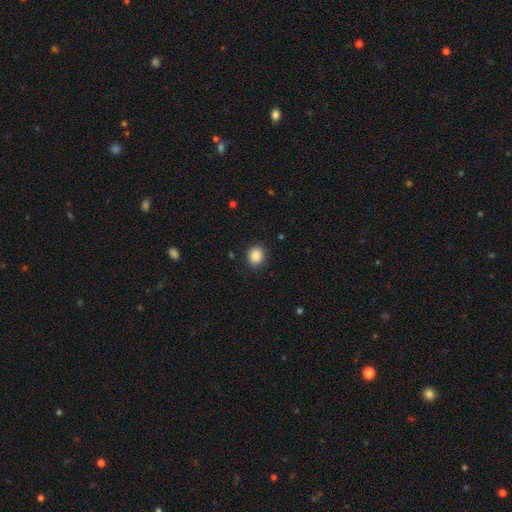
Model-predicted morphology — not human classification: A smooth galaxy with no disk features (88%) that is round (67%). Merging: none (88%).